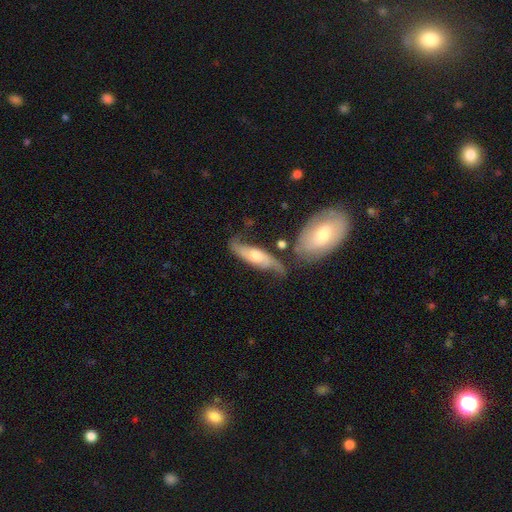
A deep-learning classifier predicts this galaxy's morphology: Smooth or featured? featured or disk (71%)
Edge-on disk? no (78%)
Bar? no (56%)
Spiral arms? yes (91%)
Bulge size? moderate (55%)
Merging? none (56%)